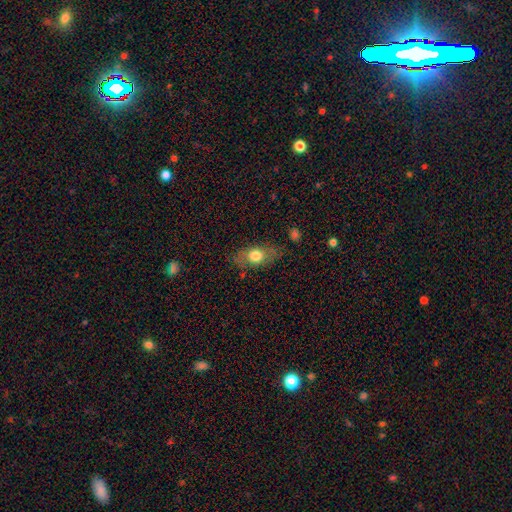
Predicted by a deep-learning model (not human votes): Overall: smooth (68%). How rounded: in between (76%). Merging: none (74%).